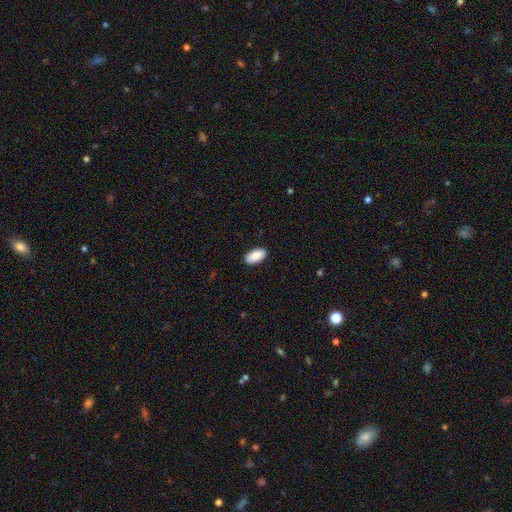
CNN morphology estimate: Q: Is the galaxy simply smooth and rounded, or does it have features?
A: smooth — 90%.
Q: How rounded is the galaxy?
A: in between — 95%.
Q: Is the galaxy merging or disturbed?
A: none — 89%.